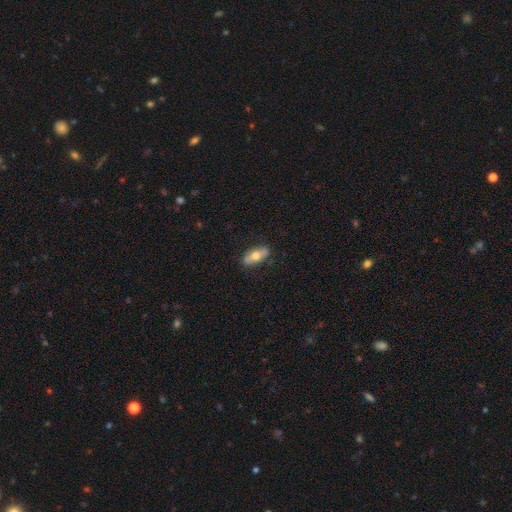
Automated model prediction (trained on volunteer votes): smooth 59%, featured or disk 35%, star or artifact 6%. Down the decision tree: how rounded — in between (79%); merging — none (83%).